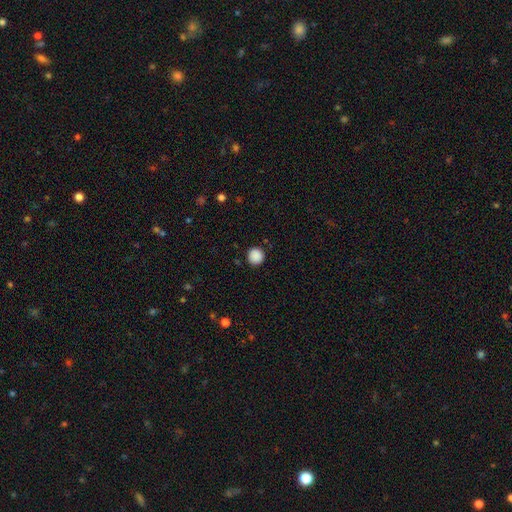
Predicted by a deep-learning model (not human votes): Smooth or featured: smooth — 88% (star or artifact — 9%)
How rounded: round — 94% (in between — 5%)
Merging: none — 90% (minor disturbance — 6%)